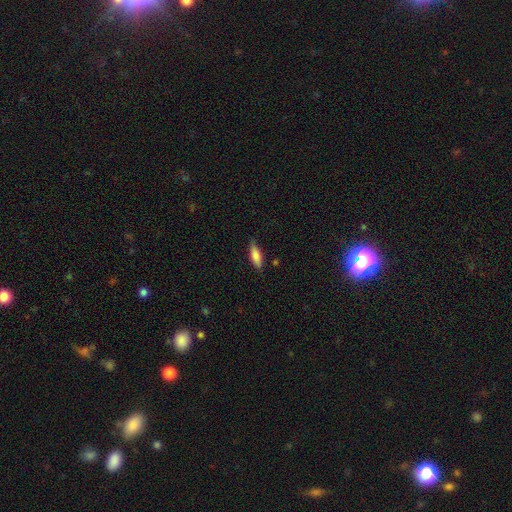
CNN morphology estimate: Smooth or featured? smooth (79%)
How rounded? in between (61%)
Merging? none (76%)